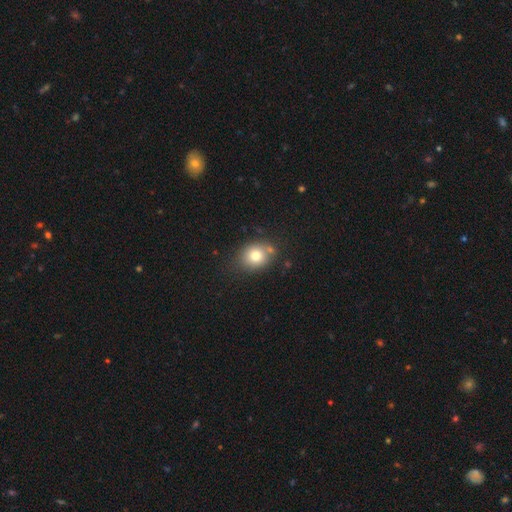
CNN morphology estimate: Overall: smooth (77%). How rounded: round (58%; in between 41%). Merging: none (70%).